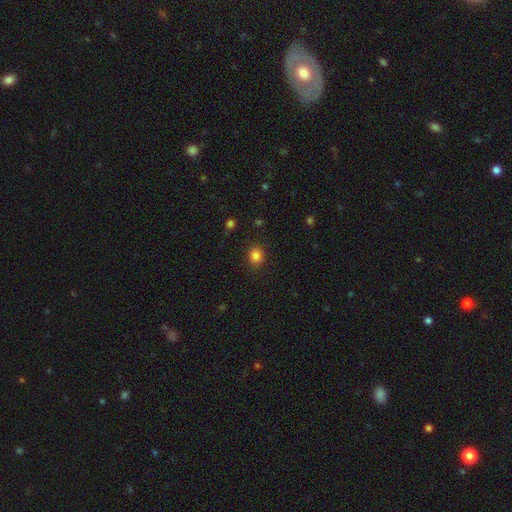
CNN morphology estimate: This appears to be a smooth galaxy with no disk features (84%) that is round (70%). Merging: none (87%).